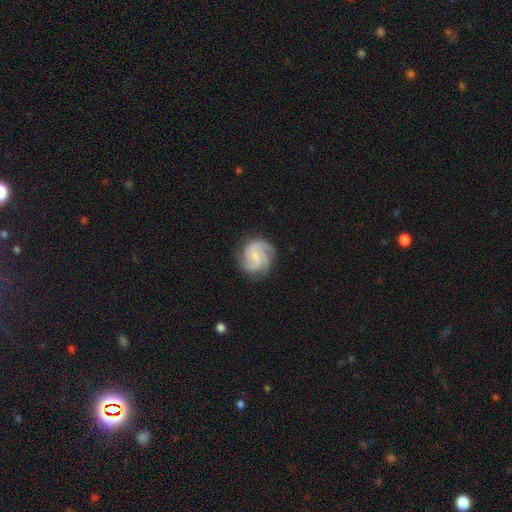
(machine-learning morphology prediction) featured or disk 82%, smooth 12%, star or artifact 6%. Down the decision tree: edge-on disk — no (98%); bar — no (53%); spiral arms — yes (97%); spiral arm count — 3 (57%); spiral winding — tight (46%); bulge size — small (62%); merging — none (78%).